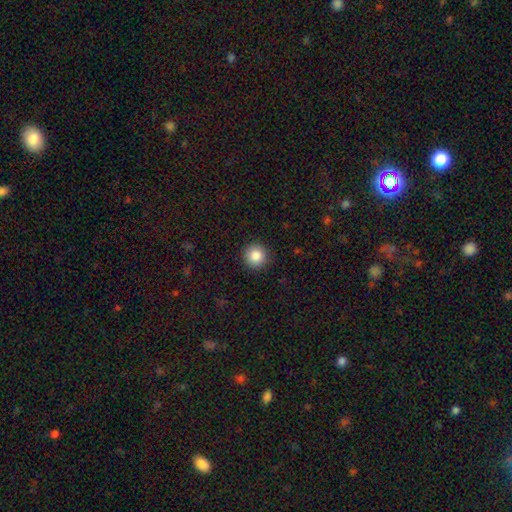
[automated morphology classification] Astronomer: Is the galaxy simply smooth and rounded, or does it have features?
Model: smooth — 86%.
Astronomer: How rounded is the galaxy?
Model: round — 95%.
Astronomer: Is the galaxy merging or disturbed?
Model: none — 92%.